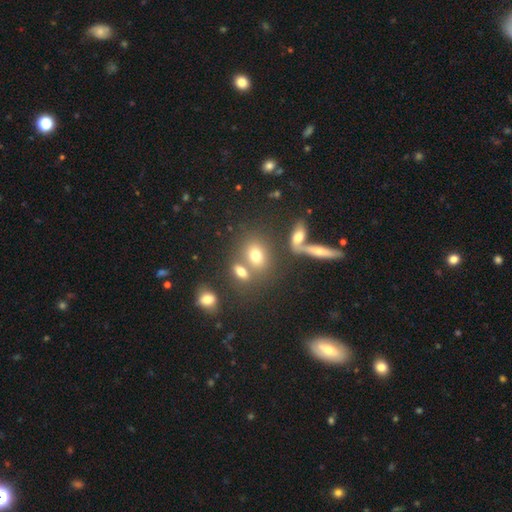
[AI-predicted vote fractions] The model was most divided on "merging": none: 51%, merger: 32%, minor disturbance: 11%, major disturbance: 6%. More confident: smooth or featured — smooth (70%); how rounded — in between (61%).